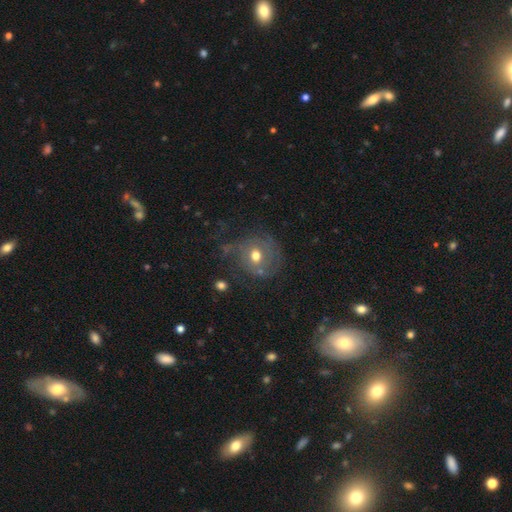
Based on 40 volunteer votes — This is possibly a smooth galaxy (52%). How rounded: clearly round (86%). Merging: possibly none (58%).